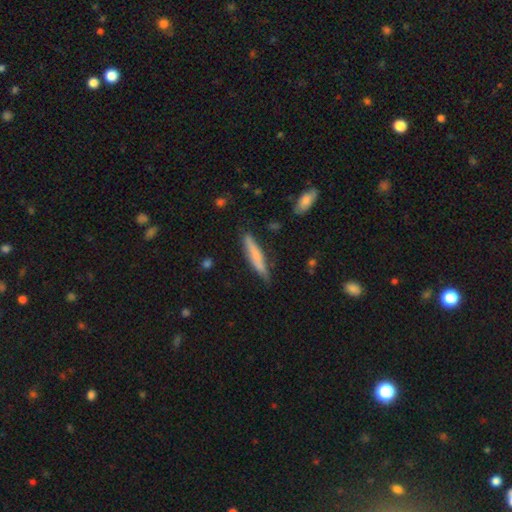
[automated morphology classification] smooth 66%, featured or disk 28%, star or artifact 6%. Down the decision tree: how rounded — cigar-shaped (90%); merging — none (76%).